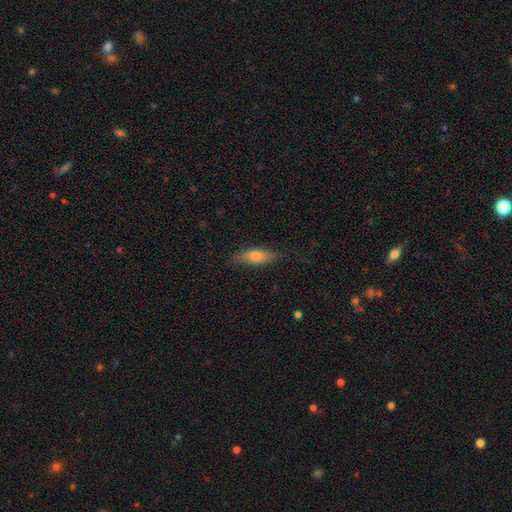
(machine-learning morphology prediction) smooth-or-featured: smooth: 63% | featured or disk: 30% | star or artifact: 7%
  how-rounded: in between: 52% | cigar-shaped: 45% | round: 3%
  merging: none: 79% | minor disturbance: 16% | major disturbance: 4% | merger: 1%